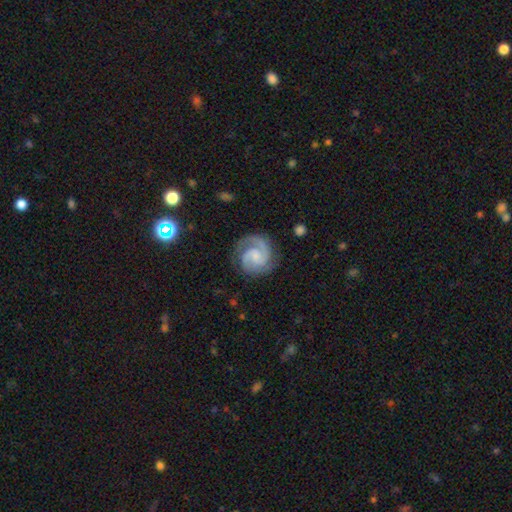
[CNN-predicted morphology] A featured or disk galaxy (89%) with no bar (54%), 2 (76%) tight (51%) spiral arms (98%) and a small central bulge (45%). Merging: none (79%).